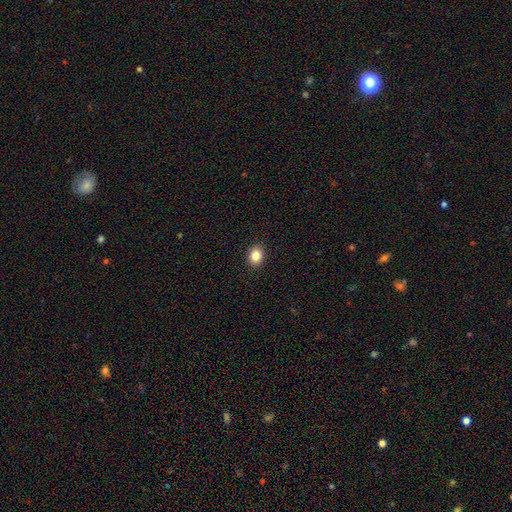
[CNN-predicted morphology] Smooth or featured? Predicted: smooth (p=0.85). How rounded? Predicted: round (p=0.55). Merging? Predicted: none (p=0.91).